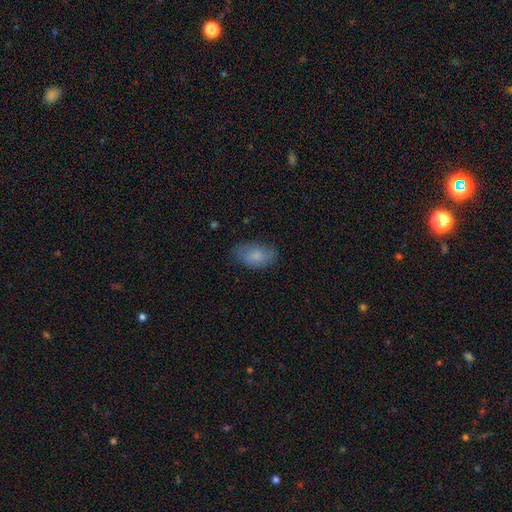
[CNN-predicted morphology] This is likely a smooth galaxy (79%). How rounded: clearly in between (91%). Merging: likely none (73%).